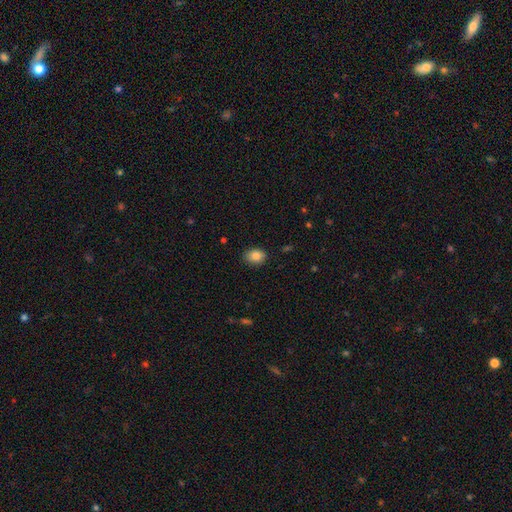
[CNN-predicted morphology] This is clearly a smooth galaxy (85%). How rounded: likely in between (64%). Merging: clearly none (85%).